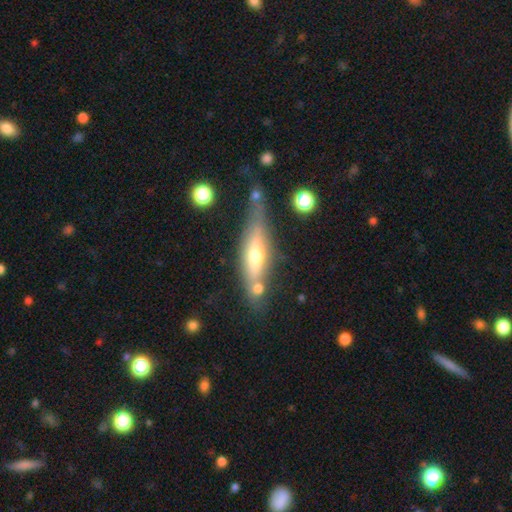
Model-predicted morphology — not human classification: Smooth or featured? Predicted: featured or disk (p=0.55). Edge-on disk? Predicted: yes (p=0.82). Merging? Predicted: none (p=0.58).